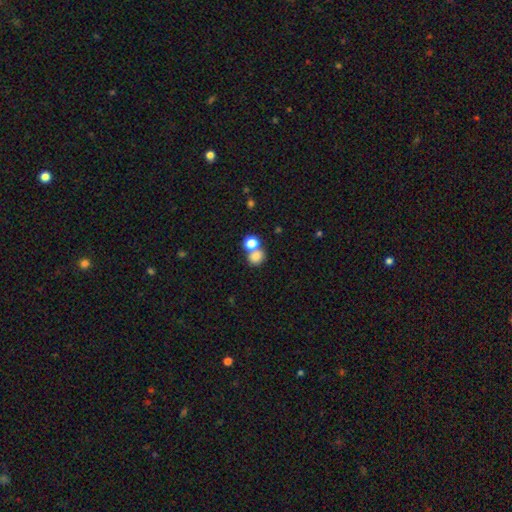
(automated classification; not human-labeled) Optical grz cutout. It shows a smooth galaxy with no disk features (80%) that is round (70%). Merging: none (44%, tied with merger).